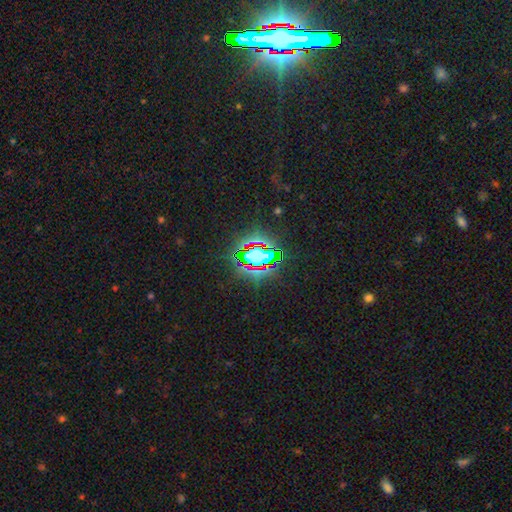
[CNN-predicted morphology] This is likely a star or artifact rather than a galaxy (72%).